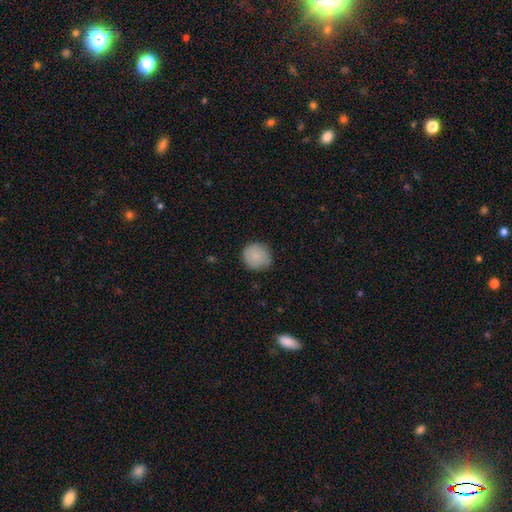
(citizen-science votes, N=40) Smooth or featured? smooth (80%)
How rounded? round (94%)
Merging? none (79%)